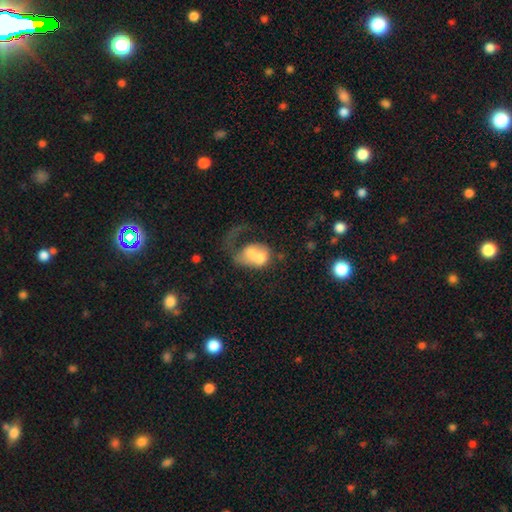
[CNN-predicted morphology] Smooth or featured: smooth — 52% (featured or disk — 40%)
How rounded: in between — 60% (round — 39%)
Merging: merger — 55% (major disturbance — 26%)